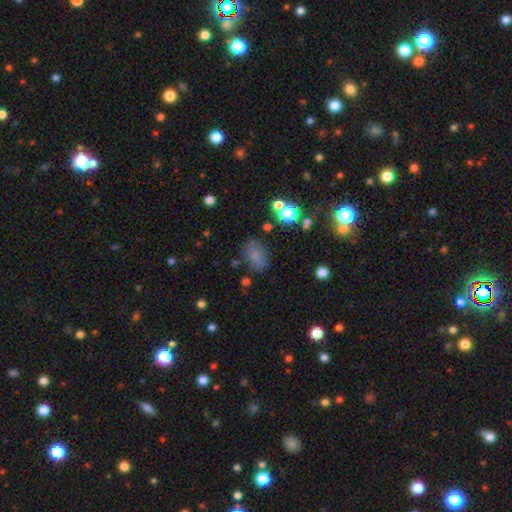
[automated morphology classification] type=smooth (71%); roundness=in between (82%); merging=none (69%).